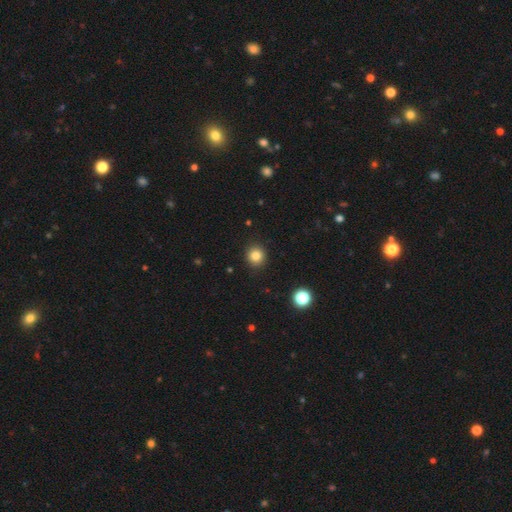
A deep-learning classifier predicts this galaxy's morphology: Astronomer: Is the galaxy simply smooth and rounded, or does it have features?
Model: smooth — 83%.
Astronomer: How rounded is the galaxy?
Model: round — 89%.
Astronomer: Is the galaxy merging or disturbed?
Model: none — 91%.